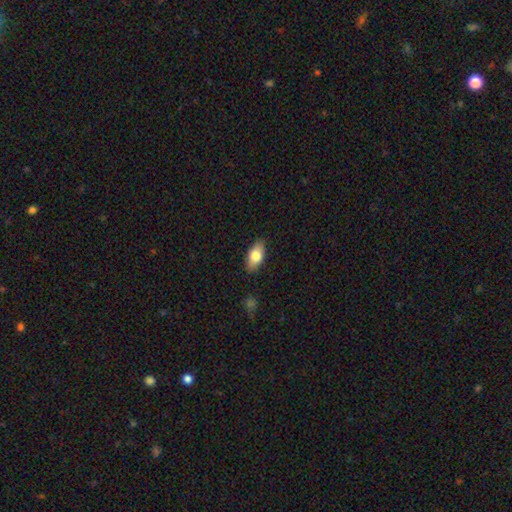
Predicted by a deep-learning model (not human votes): smooth-or-featured: smooth: 76% | featured or disk: 17% | star or artifact: 7%
  how-rounded: in between: 89% | cigar-shaped: 6% | round: 4%
  merging: none: 87% | minor disturbance: 10% | major disturbance: 2% | merger: 1%